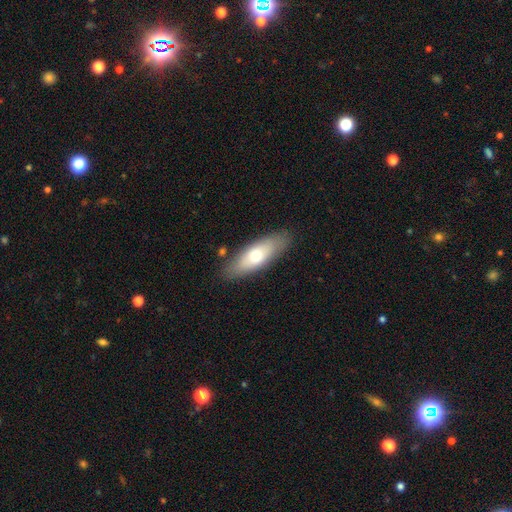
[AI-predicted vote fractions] smooth-or-featured: smooth: 64% | featured or disk: 30% | star or artifact: 6%
  how-rounded: in between: 61% | cigar-shaped: 36% | round: 2%
  merging: none: 84% | minor disturbance: 11% | major disturbance: 3% | merger: 2%